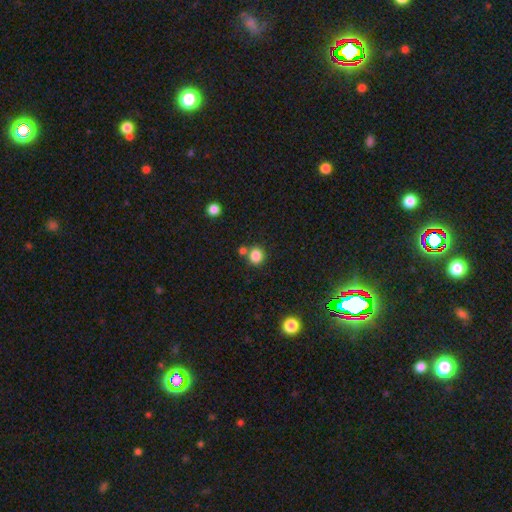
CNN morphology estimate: Overall: smooth (84%). How rounded: round (83%). Merging: none (71%).